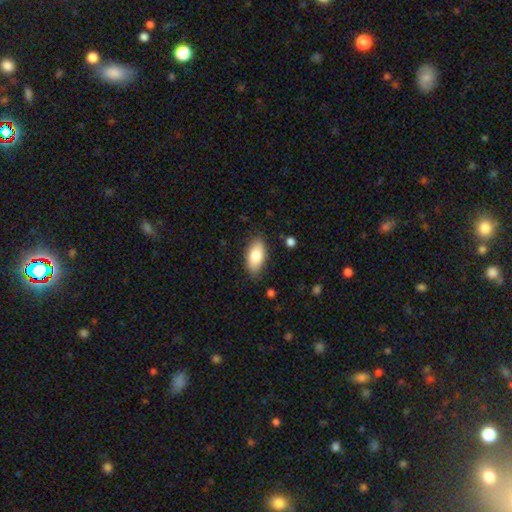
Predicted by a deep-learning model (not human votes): Smooth or featured? smooth (82%)
How rounded? in between (92%)
Merging? none (84%)